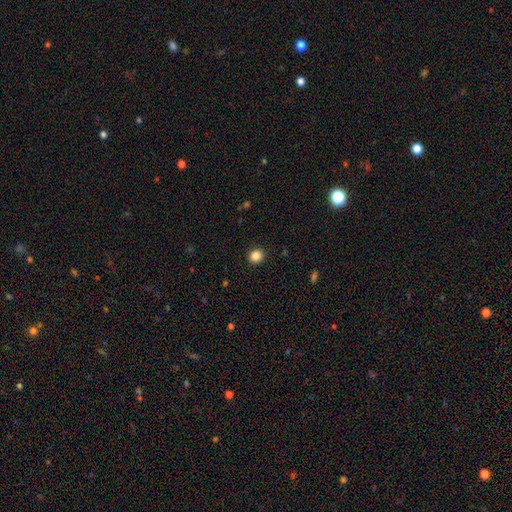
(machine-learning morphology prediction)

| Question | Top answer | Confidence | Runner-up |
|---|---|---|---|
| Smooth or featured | smooth | 86% | star or artifact (11%) |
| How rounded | round | 85% | in between (15%) |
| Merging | none | 92% | minor disturbance (6%) |